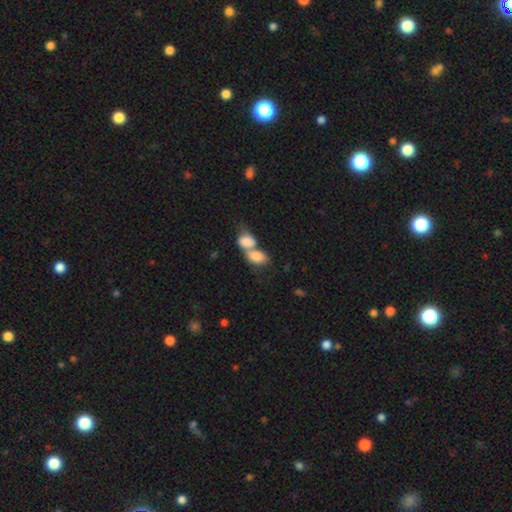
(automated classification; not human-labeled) A smooth galaxy with no disk features (81%) that is in between round and cigar-shaped (82%). Merging: merger (76%).